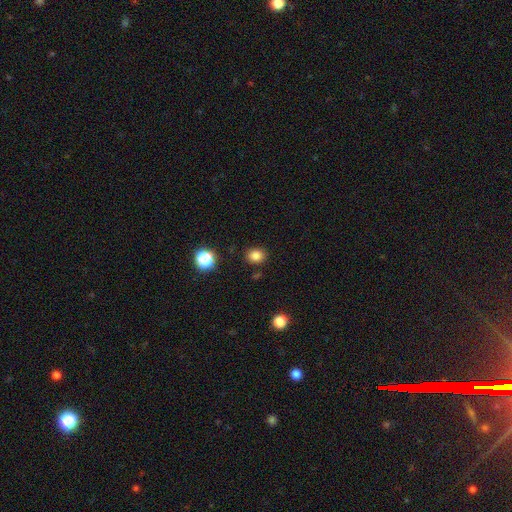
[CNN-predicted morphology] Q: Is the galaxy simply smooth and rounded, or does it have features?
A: smooth — 82%.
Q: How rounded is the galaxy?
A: round — 58%.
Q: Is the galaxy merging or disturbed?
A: none — 86%.